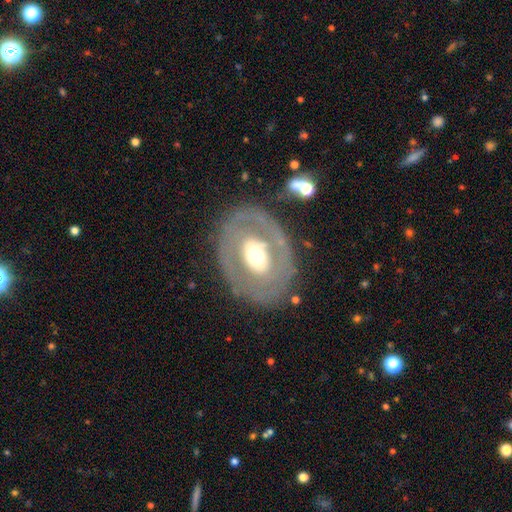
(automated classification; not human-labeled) A featured or disk galaxy (66%) with no bar (64%), no spiral arms (76%) and a moderate central bulge (62%).

Vote fractions:
- Smooth or featured? featured or disk: 66% / smooth: 29% / star or artifact: 6%
- Edge-on disk? no: 93% / yes: 7%
- Bar? no: 64% / weak: 23% / strong: 13%
- Spiral arms? no: 76% / yes: 24%
- Bulge size? moderate: 62% / large: 23% / small: 12% / dominant: 3% / none: 1%
- Merging? none: 76% / minor disturbance: 13% / major disturbance: 8% / merger: 3%